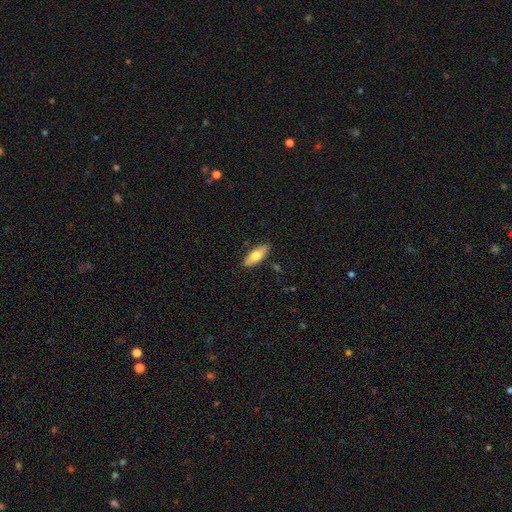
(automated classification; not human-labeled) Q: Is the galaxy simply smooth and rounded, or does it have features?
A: smooth — 69%.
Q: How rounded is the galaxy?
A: in between — 71%.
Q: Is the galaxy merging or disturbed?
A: none — 87%.